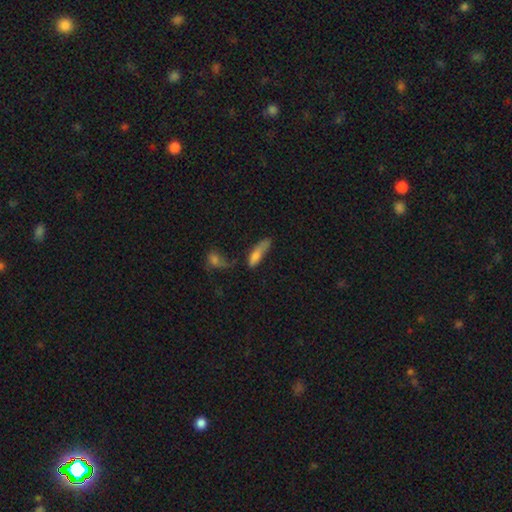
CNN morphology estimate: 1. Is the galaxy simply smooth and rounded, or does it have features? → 72% smooth, 17% featured or disk, 11% star or artifact.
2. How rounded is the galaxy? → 57% cigar-shaped, 39% in between, 3% round.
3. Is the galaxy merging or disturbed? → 34% none, 25% minor disturbance, 21% major disturbance, 20% merger.